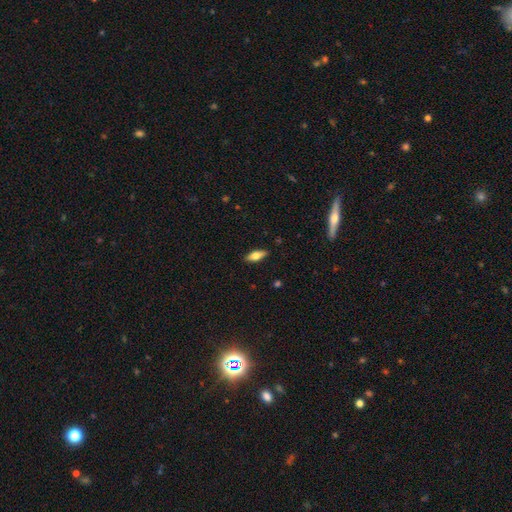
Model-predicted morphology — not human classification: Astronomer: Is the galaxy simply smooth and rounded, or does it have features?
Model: smooth — 65%.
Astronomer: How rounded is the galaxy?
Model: in between — 70%.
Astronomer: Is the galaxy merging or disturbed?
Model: none — 88%.